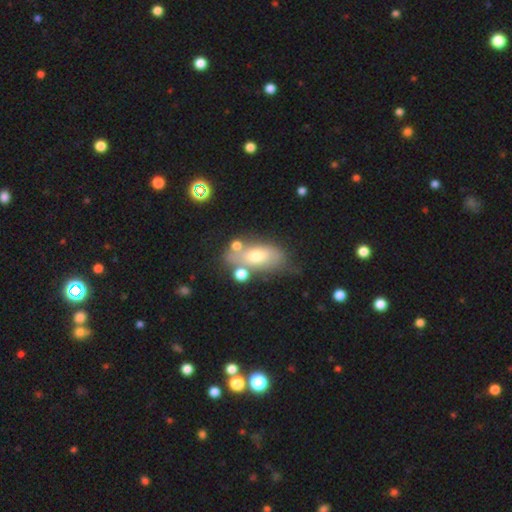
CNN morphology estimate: A smooth galaxy with no disk features (58%) that is in between round and cigar-shaped (85%). Merging: none (51%).